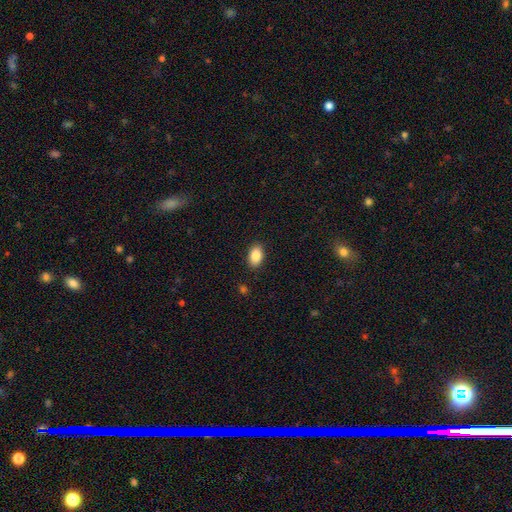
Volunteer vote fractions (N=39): Smooth or featured? smooth (100%)
How rounded? in between (85%)
Merging? none (87%)